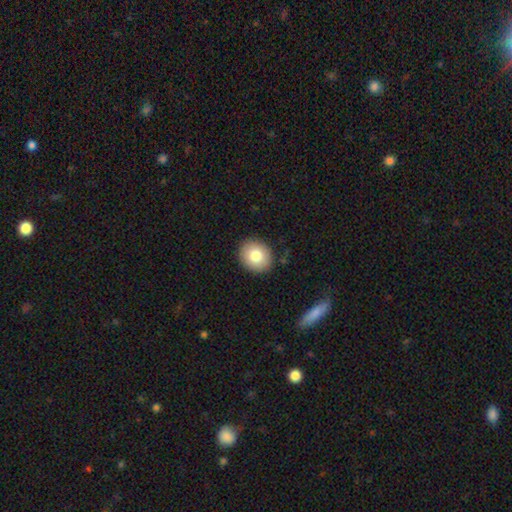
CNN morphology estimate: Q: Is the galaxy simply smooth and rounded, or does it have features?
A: smooth — 81%.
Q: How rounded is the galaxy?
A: round — 70%.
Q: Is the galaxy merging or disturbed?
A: none — 89%.